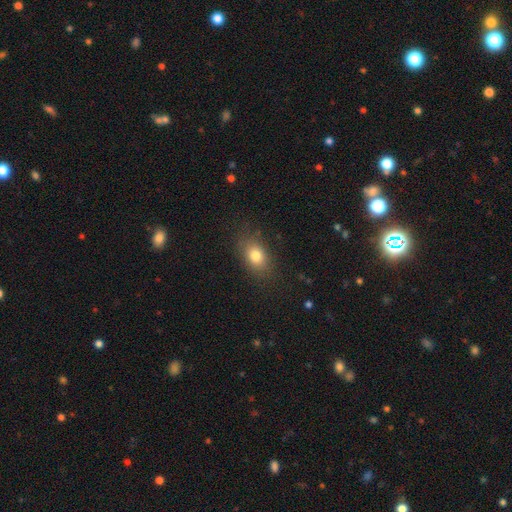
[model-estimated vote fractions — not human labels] Overall: smooth (80%). How rounded: in between (77%). Merging: none (82%).